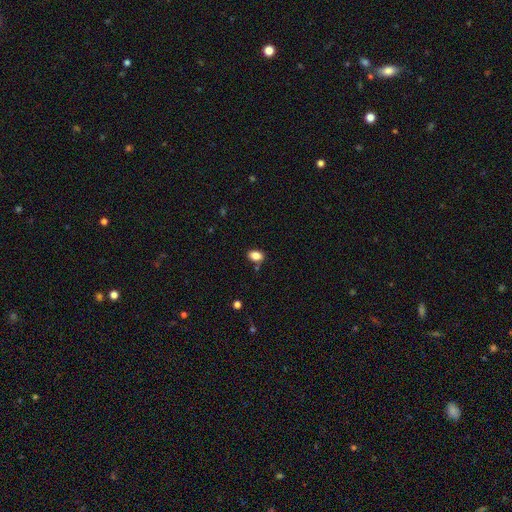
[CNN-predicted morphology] Smooth or featured? Predicted: smooth (p=0.85). How rounded? Predicted: in between (p=0.80). Merging? Predicted: none (p=0.79).